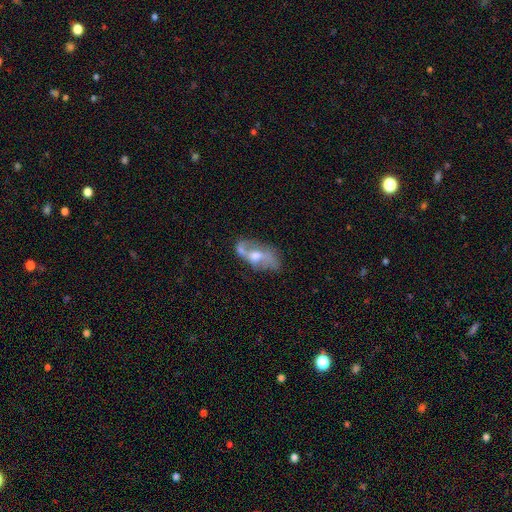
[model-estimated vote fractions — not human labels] smooth-or-featured: featured or disk: 64% | smooth: 29% | star or artifact: 8%
  disk-edge-on: no: 92% | yes: 8%
    bar: no: 53% | weak: 36% | strong: 11%
    has-spiral-arms: yes: 61% | no: 39%
    bulge-size: moderate: 60% | small: 20% | large: 13% | none: 6% | dominant: 2%
  merging: none: 39% | minor disturbance: 23% | merger: 21% | major disturbance: 17%